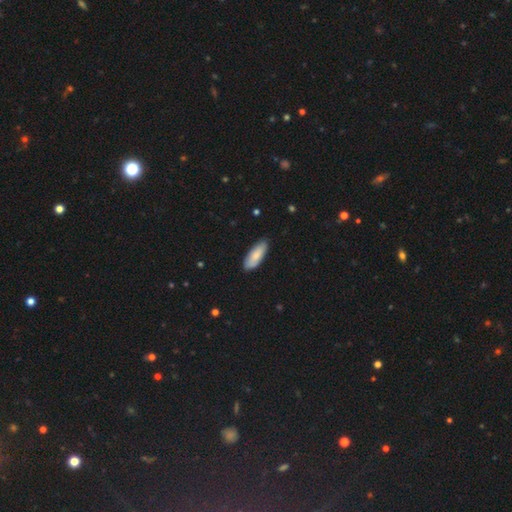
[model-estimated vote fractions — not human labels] This appears to be a smooth galaxy with no disk features (82%) that is in between round and cigar-shaped (72%). Merging: none (82%).